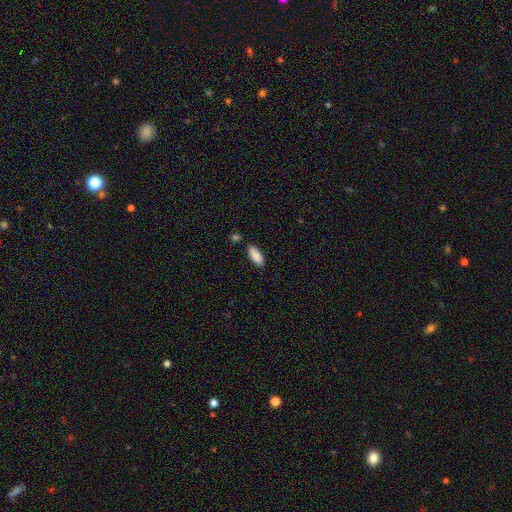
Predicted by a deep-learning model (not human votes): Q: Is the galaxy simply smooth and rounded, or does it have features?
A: smooth — 89%.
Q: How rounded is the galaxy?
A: in between — 77%.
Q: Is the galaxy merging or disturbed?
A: none — 80%.